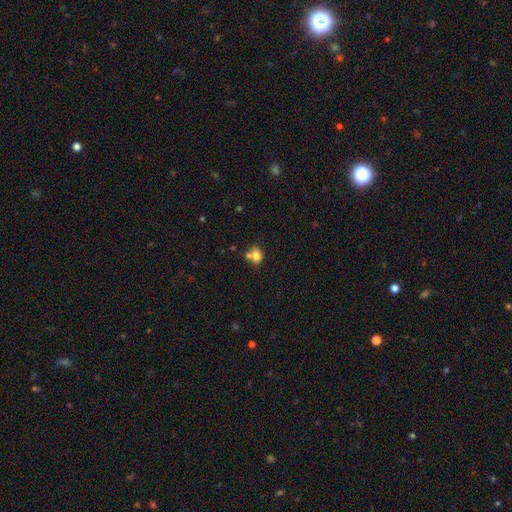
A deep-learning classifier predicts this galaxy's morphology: Q: Smooth or featured?
A: smooth (77%); runner-up: featured or disk (12%)
Q: How rounded?
A: in between (55%); runner-up: round (44%)
Q: Merging?
A: none (42%); runner-up: merger (39%)